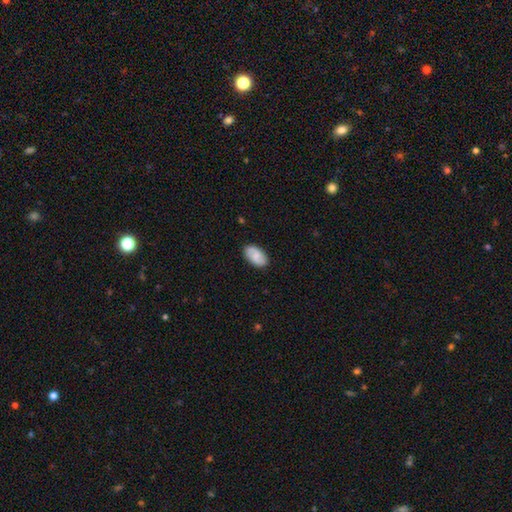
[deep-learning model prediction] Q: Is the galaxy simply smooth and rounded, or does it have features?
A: smooth — 68%.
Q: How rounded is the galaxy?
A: in between — 94%.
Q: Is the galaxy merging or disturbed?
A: none — 86%.